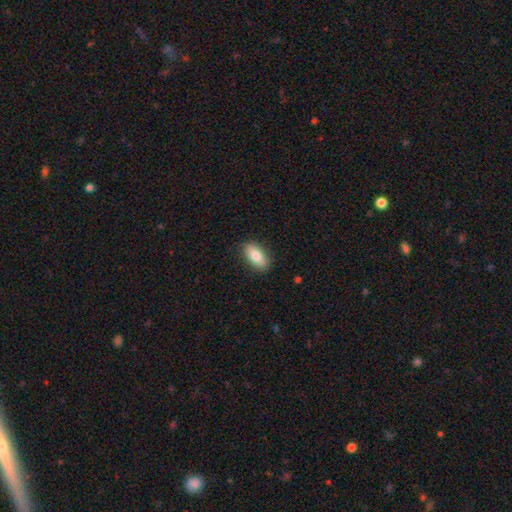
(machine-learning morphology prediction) Smooth or featured: smooth — 78% (featured or disk — 15%)
How rounded: in between — 86% (cigar-shaped — 10%)
Merging: none — 87% (minor disturbance — 10%)